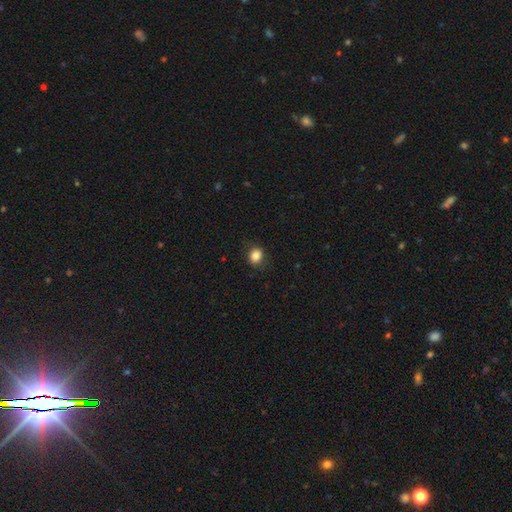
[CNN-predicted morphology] This is clearly a smooth galaxy (84%). How rounded: likely round (66%). Merging: clearly none (85%).